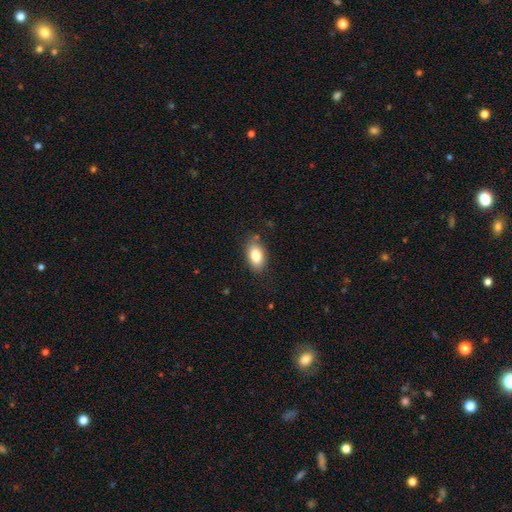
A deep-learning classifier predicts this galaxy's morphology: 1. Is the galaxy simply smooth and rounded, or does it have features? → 82% smooth, 10% featured or disk, 8% star or artifact.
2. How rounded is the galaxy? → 91% in between, 7% round, 2% cigar-shaped.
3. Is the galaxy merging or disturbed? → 80% none, 15% minor disturbance, 3% major disturbance, 2% merger.